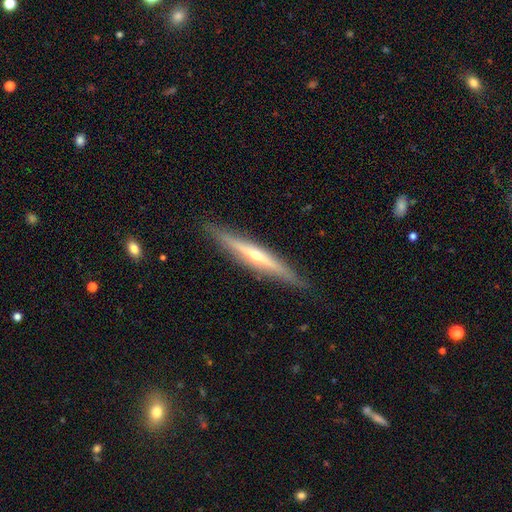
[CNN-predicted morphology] A featured or disk galaxy (72%) viewed edge-on (96%) with a rounded central bulge (78%). Merging: none (88%).